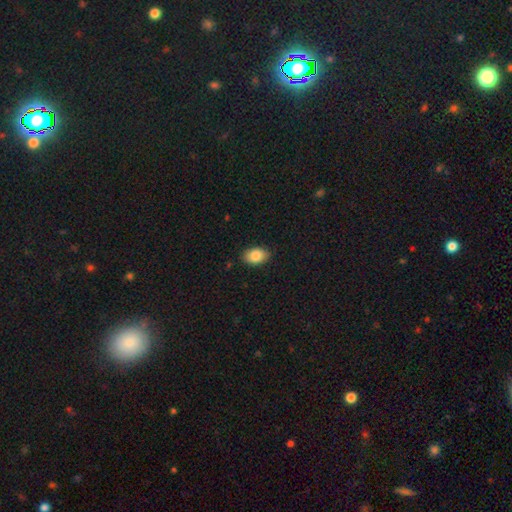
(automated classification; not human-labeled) The model was most divided on "how rounded": in between: 87%, round: 12%, cigar-shaped: 1%. More confident: merging — none (86%); smooth or featured — smooth (86%).